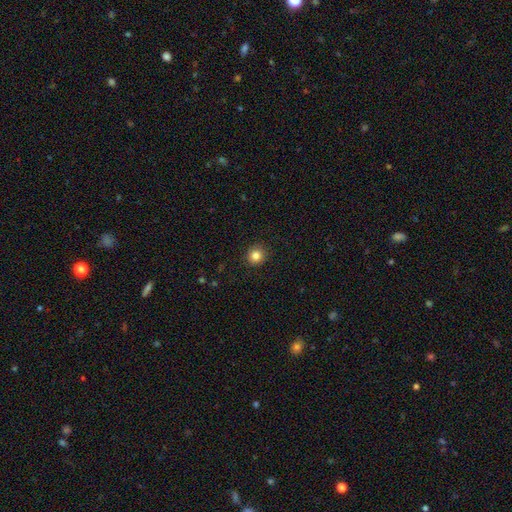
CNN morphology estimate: Overall: smooth (84%). How rounded: round (90%). Merging: none (90%).